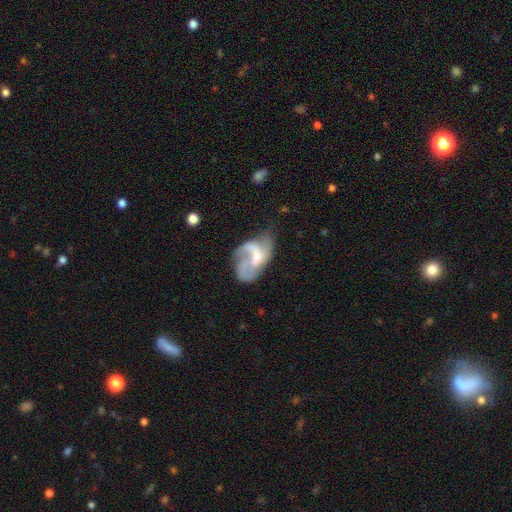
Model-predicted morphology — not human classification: smooth-or-featured: featured or disk: 69% | smooth: 24% | star or artifact: 7%
  disk-edge-on: no: 97% | yes: 3%
    bar: no: 47% | weak: 42% | strong: 11%
    has-spiral-arms: yes: 73% | no: 27%
    bulge-size: moderate: 38% | small: 37% | none: 19% | large: 4% | dominant: 1%
  merging: major disturbance: 39% | none: 30% | minor disturbance: 24% | merger: 8%